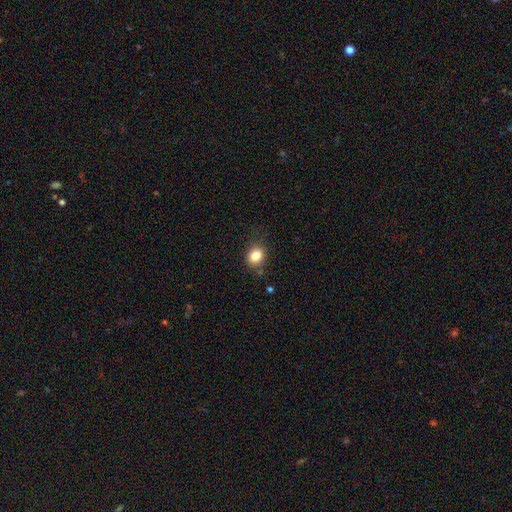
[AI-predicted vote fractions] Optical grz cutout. It shows a smooth galaxy with no disk features (83%) that is round (60%). Merging: none (80%).